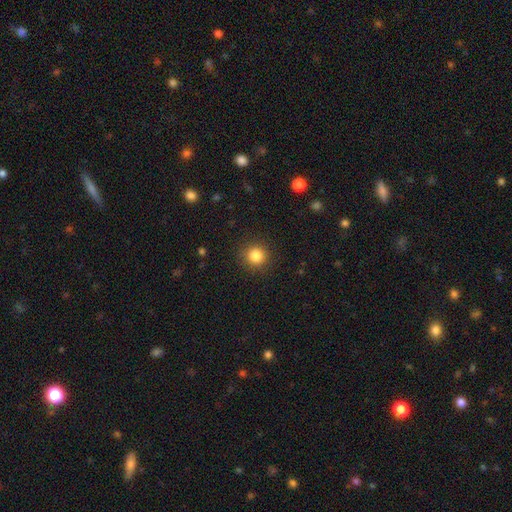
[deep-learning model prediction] This appears to be a smooth galaxy with no disk features (84%) that is round (94%). Merging: none (91%).